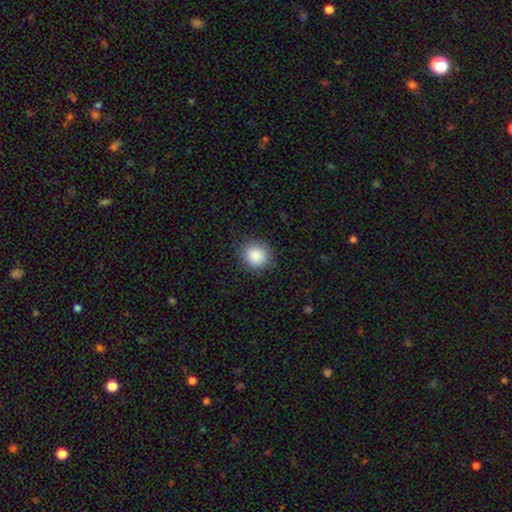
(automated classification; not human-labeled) A smooth galaxy with no disk features (88%) that is round (86%). Merging: none (87%).